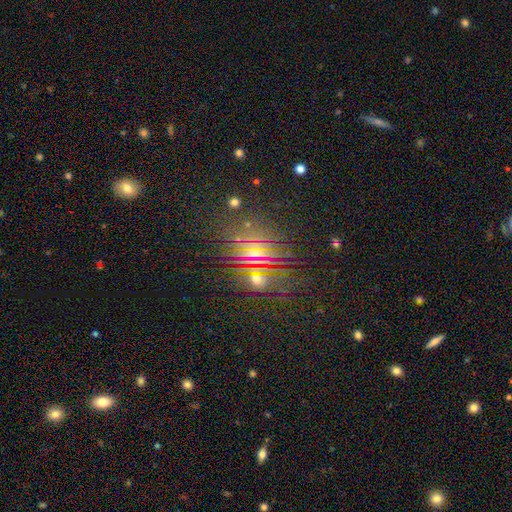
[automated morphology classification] smooth_or_featured: star or artifact (p=0.69) [alt: smooth p=0.19]